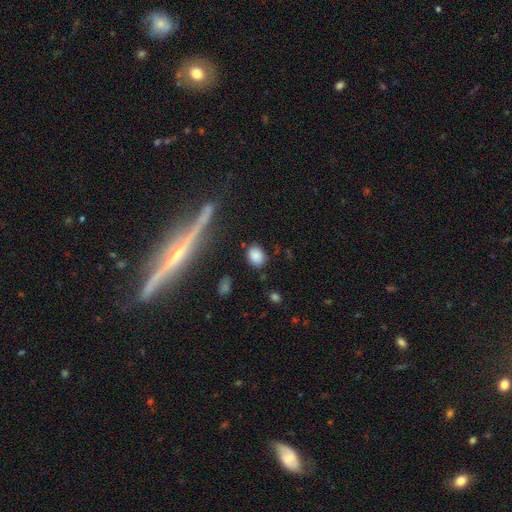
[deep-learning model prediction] Morphology: type=smooth (83%); roundness=in between (56%); merging=none (82%).